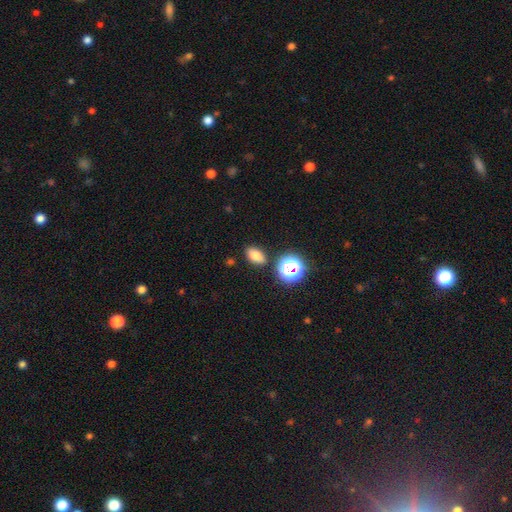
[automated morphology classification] The model was most divided on "smooth or featured": smooth: 76%, star or artifact: 16%, featured or disk: 8%. More confident: merging — none (84%); how rounded — in between (81%).